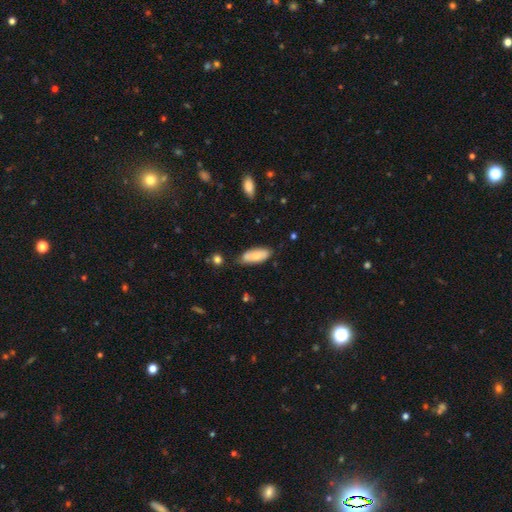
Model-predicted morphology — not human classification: Smooth or featured? smooth (72%)
How rounded? in between (78%)
Merging? none (71%)